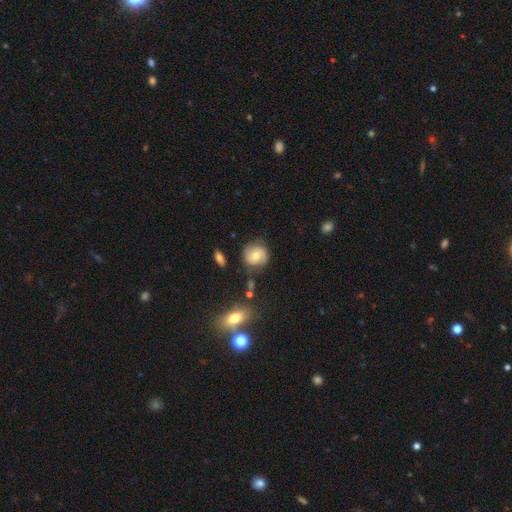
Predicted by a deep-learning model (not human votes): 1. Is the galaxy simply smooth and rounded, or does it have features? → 53% smooth, 38% featured or disk, 9% star or artifact.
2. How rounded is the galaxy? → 84% round, 15% in between, 1% cigar-shaped.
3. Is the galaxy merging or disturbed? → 73% none, 18% minor disturbance, 6% major disturbance, 3% merger.